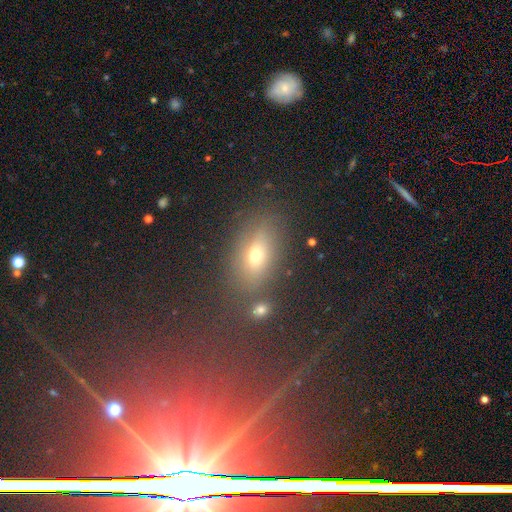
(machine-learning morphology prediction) A smooth galaxy with no disk features (53%) that is in between round and cigar-shaped (75%). Merging: none (80%).